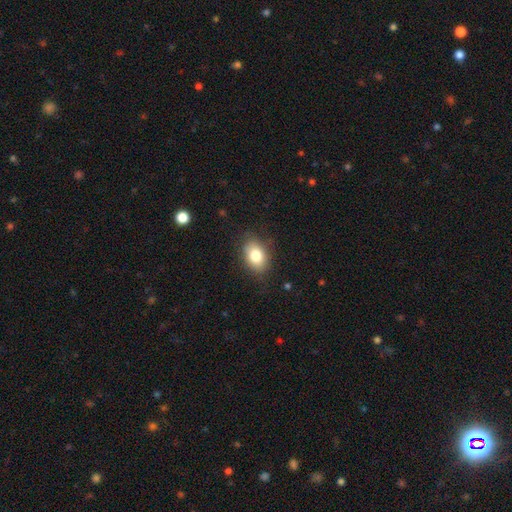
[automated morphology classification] This appears to be a smooth galaxy with no disk features (80%) that is in between round and cigar-shaped (80%). Merging: none (80%).